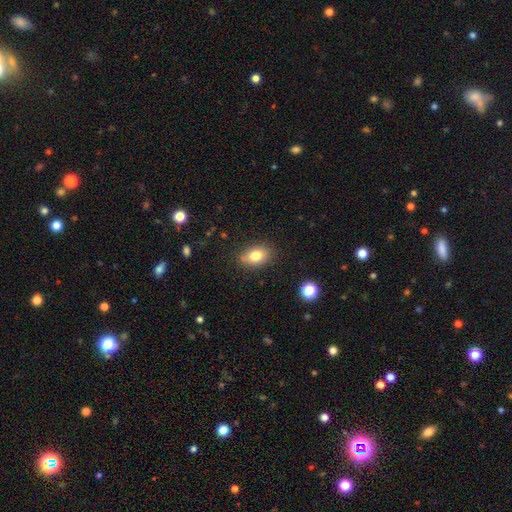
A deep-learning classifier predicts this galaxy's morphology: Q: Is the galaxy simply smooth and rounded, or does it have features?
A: smooth — 78%.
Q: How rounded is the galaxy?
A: in between — 82%.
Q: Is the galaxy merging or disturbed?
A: none — 82%.